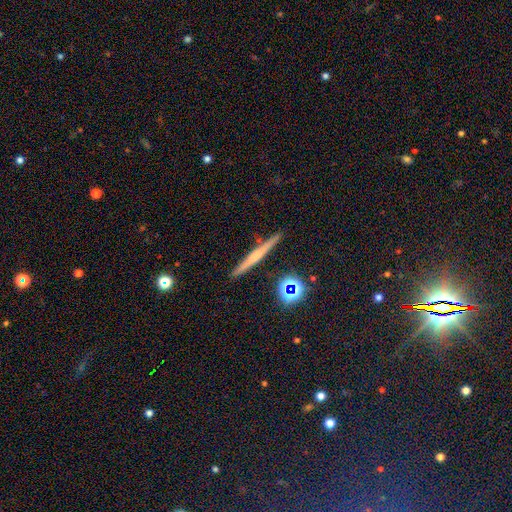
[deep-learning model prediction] The model was most divided on "edge-on bulge": none: 50%, rounded: 39%, boxy: 12%. More confident: edge-on disk — yes (97%); merging — none (89%); smooth or featured — featured or disk (52%).